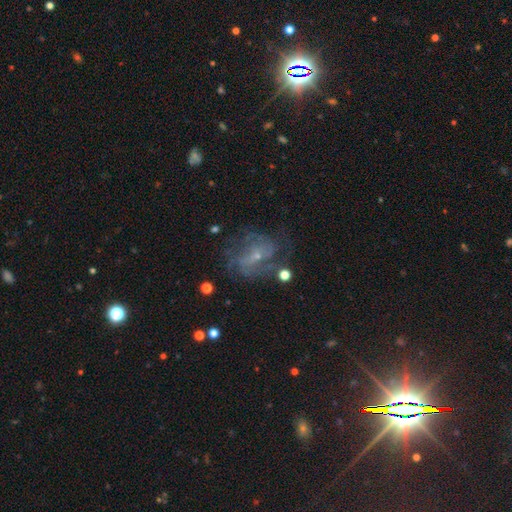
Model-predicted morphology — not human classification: smooth_or_featured: featured or disk (p=0.72) [alt: smooth p=0.16]
disk_edge_on: no (p=0.97) [alt: yes p=0.03]
bar: no (p=0.47) [alt: weak p=0.41]
has_spiral_arms: yes (p=0.80) [alt: no p=0.20]
spiral_winding: medium (p=0.43) [alt: tight p=0.35]
spiral_arm_count: can't tell (p=0.42) [alt: 2 p=0.28]
bulge_size: small (p=0.76) [alt: moderate p=0.16]
merging: none (p=0.57) [alt: minor disturbance p=0.20]